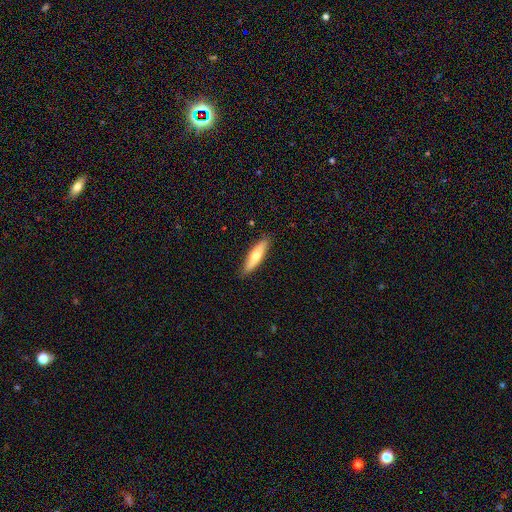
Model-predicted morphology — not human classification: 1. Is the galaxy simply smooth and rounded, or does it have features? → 66% smooth, 28% featured or disk, 6% star or artifact.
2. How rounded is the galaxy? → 72% cigar-shaped, 26% in between, 2% round.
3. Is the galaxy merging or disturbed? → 87% none, 10% minor disturbance, 2% major disturbance, 1% merger.